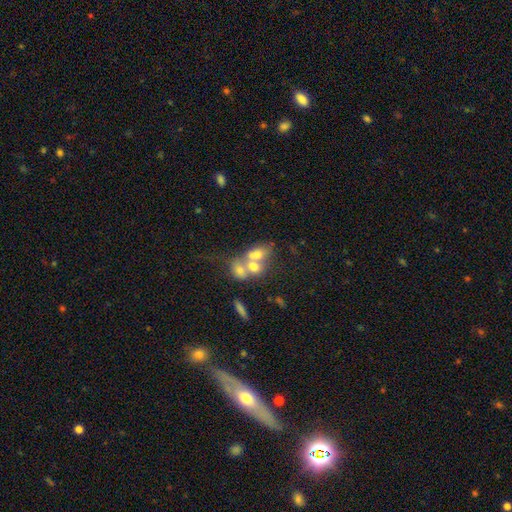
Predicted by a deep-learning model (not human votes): This appears to be a smooth galaxy with no disk features (52%) that is in between round and cigar-shaped (60%). Merging: merger (66%).